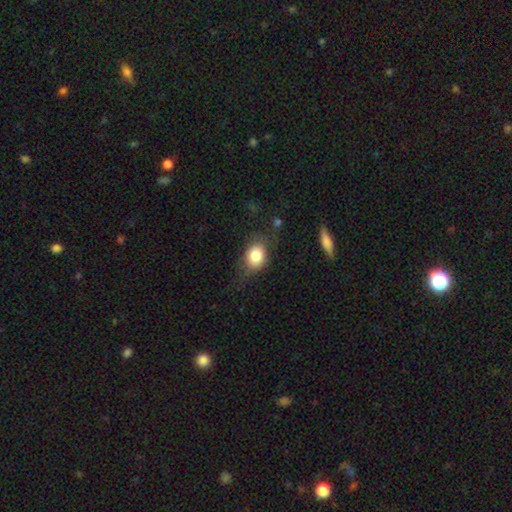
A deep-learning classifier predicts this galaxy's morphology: Smooth or featured: smooth — 80% (featured or disk — 12%)
How rounded: in between — 58% (round — 41%)
Merging: none — 63% (minor disturbance — 24%)